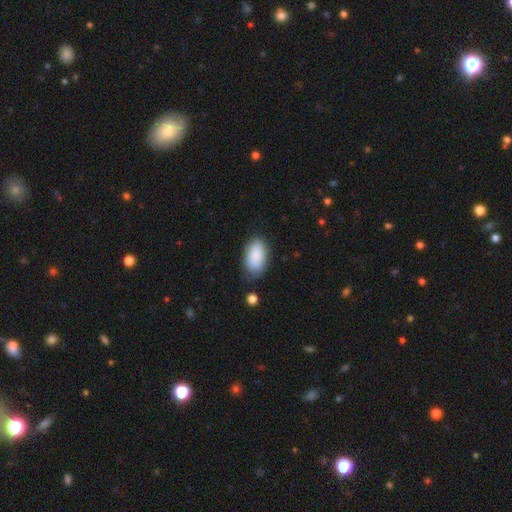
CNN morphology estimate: smooth 88%, star or artifact 6%, featured or disk 6%. Down the decision tree: how rounded — in between (94%); merging — none (76%).